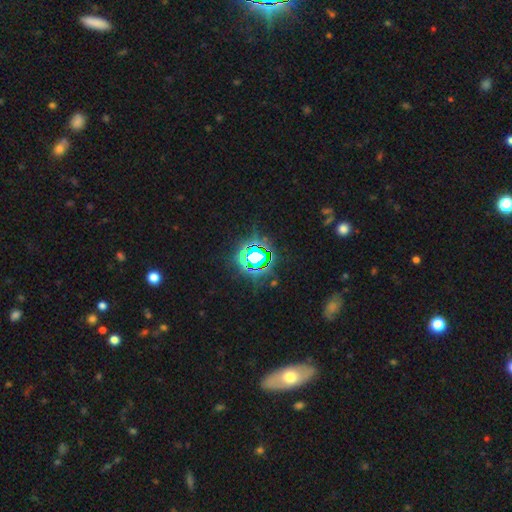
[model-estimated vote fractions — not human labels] Morphology: type=star or artifact (77%).